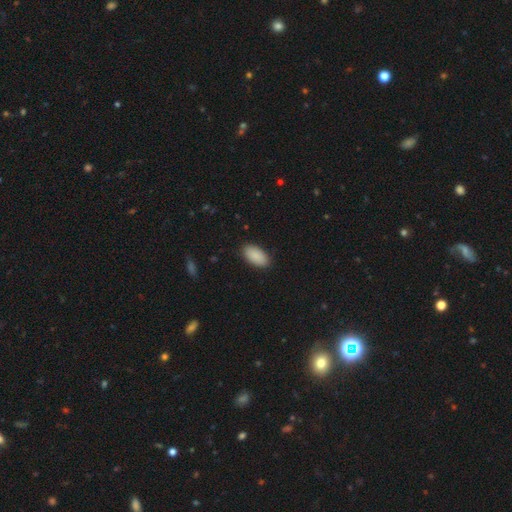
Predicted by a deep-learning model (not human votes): Morphology: type=smooth (89%); roundness=in between (95%); merging=none (88%).